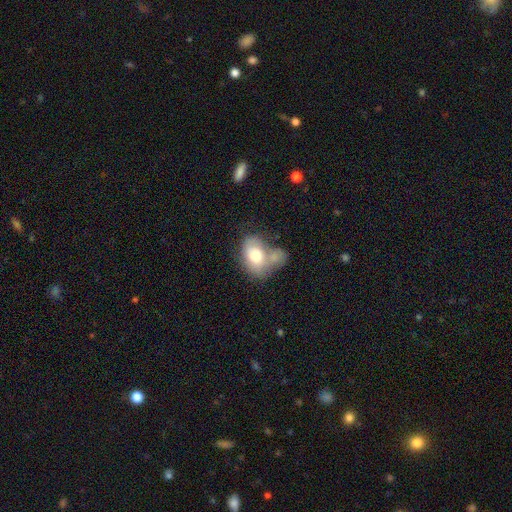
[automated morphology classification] smooth_or_featured: smooth (p=0.70) [alt: featured or disk p=0.24]
how_rounded: in between (p=0.82) [alt: round p=0.16]
merging: merger (p=0.54) [alt: none p=0.20]